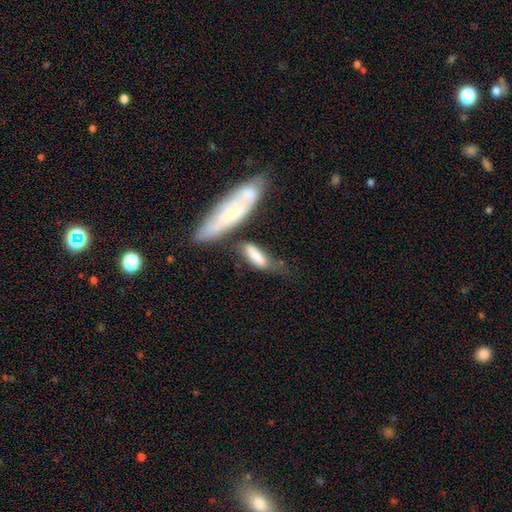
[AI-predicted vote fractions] smooth 73%, featured or disk 21%, star or artifact 6%. Down the decision tree: how rounded — cigar-shaped (51%); merging — none (44%).